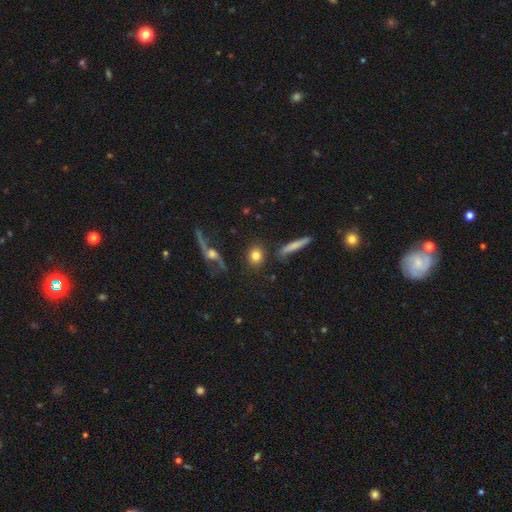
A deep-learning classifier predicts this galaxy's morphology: Smooth or featured? Predicted: smooth (p=0.80). How rounded? Predicted: round (p=0.66). Merging? Predicted: none (p=0.82).